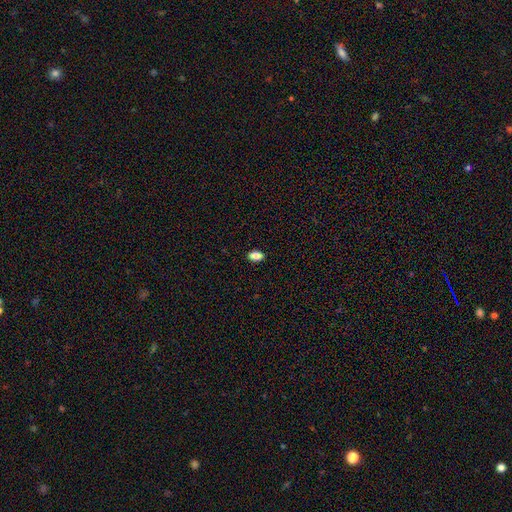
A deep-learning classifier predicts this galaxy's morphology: Overall: smooth (86%). How rounded: in between (89%). Merging: none (89%).